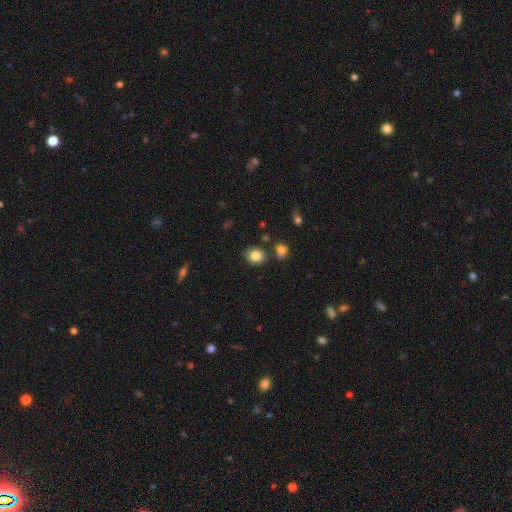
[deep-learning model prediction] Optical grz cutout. It shows a smooth galaxy with no disk features (83%) that is round (65%). Merging: none (78%).